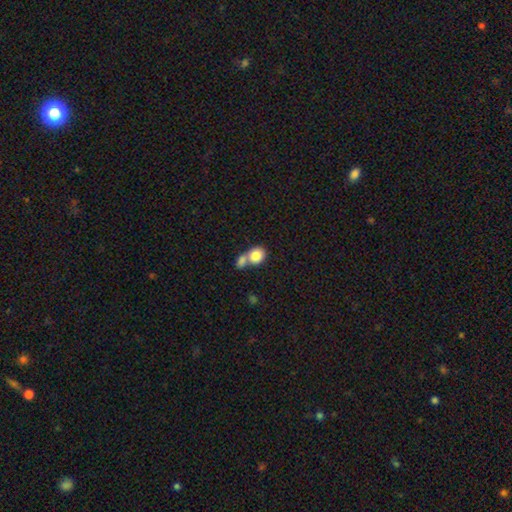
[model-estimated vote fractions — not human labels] smooth-or-featured: smooth: 83% | featured or disk: 9% | star or artifact: 7%
  how-rounded: round: 58% | in between: 40% | cigar-shaped: 1%
  merging: merger: 59% | none: 30% | minor disturbance: 7% | major disturbance: 4%